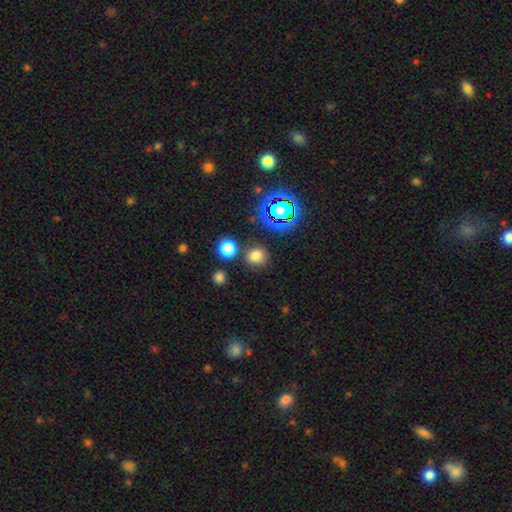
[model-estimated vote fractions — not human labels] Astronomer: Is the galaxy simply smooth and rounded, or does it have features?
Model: smooth — 74%.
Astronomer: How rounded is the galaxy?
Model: round — 87%.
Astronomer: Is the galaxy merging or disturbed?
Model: none — 81%.